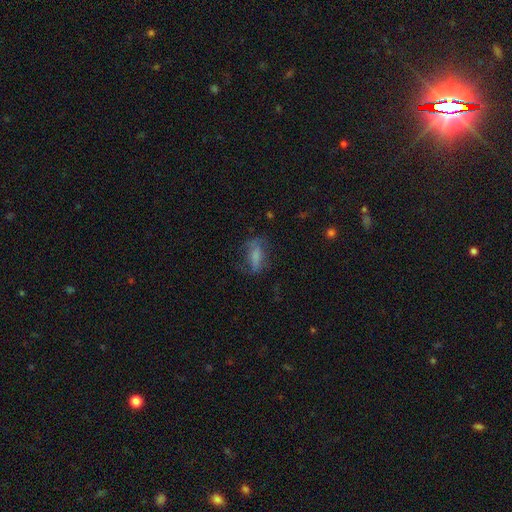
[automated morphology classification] smooth_or_featured: smooth (p=0.55) [alt: featured or disk p=0.33]
how_rounded: in between (p=0.68) [alt: cigar-shaped p=0.26]
merging: none (p=0.50) [alt: minor disturbance p=0.24]